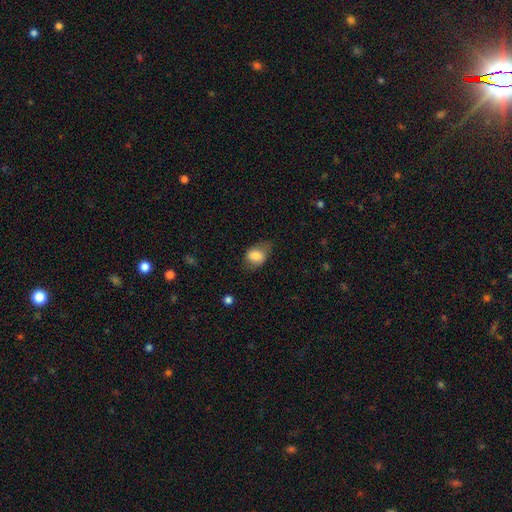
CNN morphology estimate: A smooth galaxy with no disk features (78%) that is in between round and cigar-shaped (72%).

Vote fractions:
- Smooth or featured? smooth: 78% / featured or disk: 14% / star or artifact: 8%
- How rounded? in between: 72% / round: 26% / cigar-shaped: 1%
- Merging? none: 56% / minor disturbance: 29% / major disturbance: 14% / merger: 1%